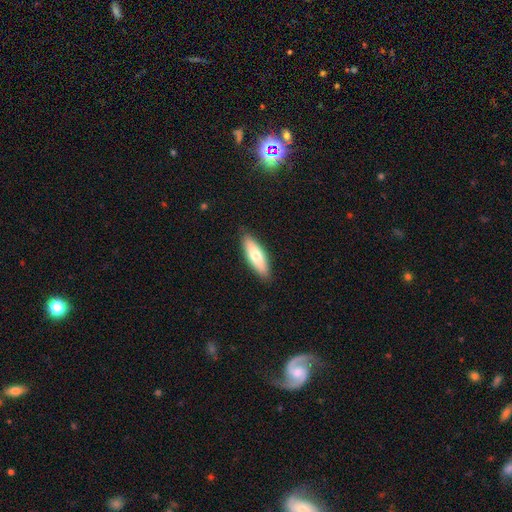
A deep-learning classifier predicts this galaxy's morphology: This appears to be a smooth galaxy with no disk features (67%) that is in between round and cigar-shaped (57%). Merging: none (87%).